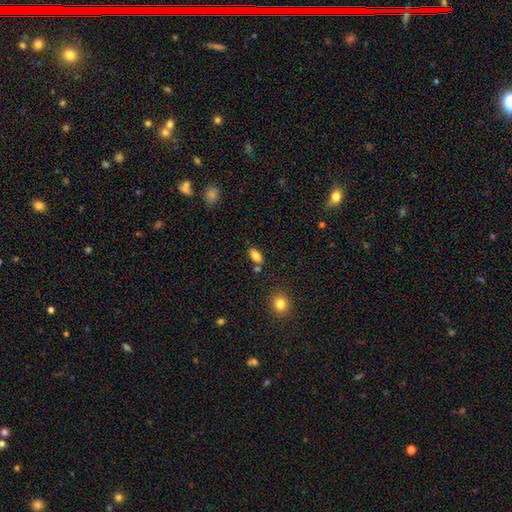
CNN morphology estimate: This is clearly a smooth galaxy (82%). How rounded: clearly in between (87%). Merging: likely none (72%).